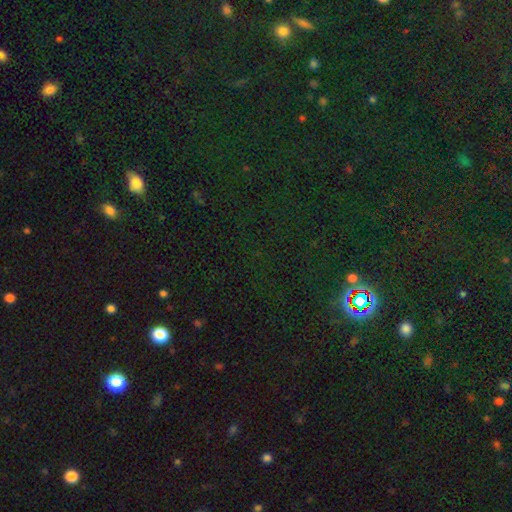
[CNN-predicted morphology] The model was most divided on "smooth or featured": star or artifact: 76%, smooth: 17%, featured or disk: 7%.